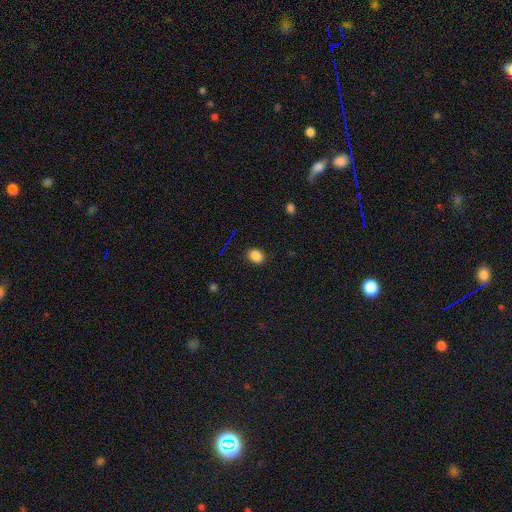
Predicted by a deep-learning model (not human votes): A smooth galaxy with no disk features (84%) that is in between round and cigar-shaped (68%). Merging: none (84%).